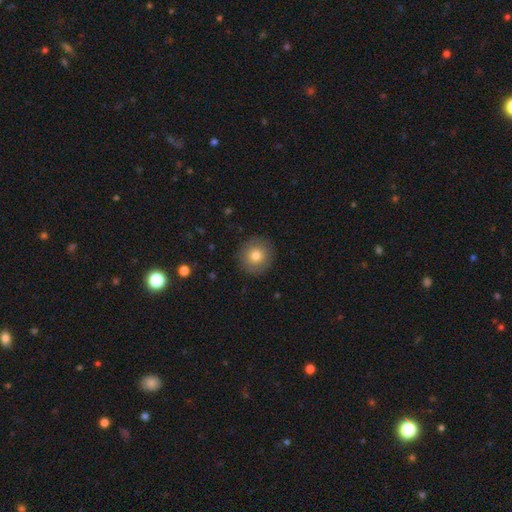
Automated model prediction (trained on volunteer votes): Overall: smooth (77%). How rounded: round (94%). Merging: none (90%).